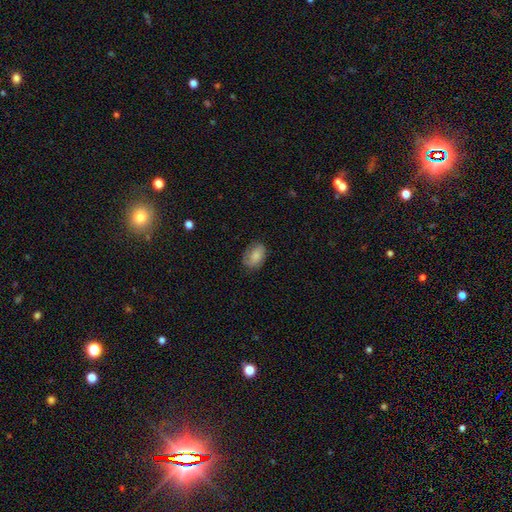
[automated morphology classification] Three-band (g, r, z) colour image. It shows a smooth galaxy with no disk features (78%) that is in between round and cigar-shaped (83%). Merging: none (73%).